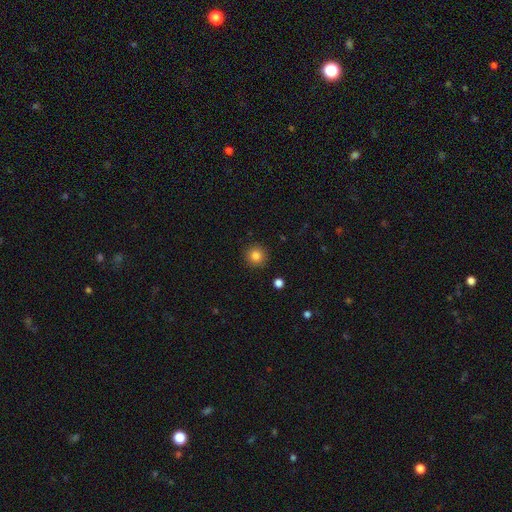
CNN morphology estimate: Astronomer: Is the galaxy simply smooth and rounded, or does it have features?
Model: smooth — 84%.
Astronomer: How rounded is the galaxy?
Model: round — 95%.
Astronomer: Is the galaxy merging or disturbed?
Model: none — 92%.